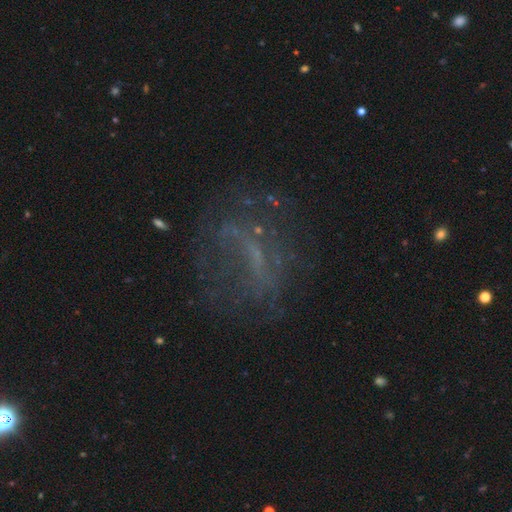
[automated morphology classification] Smooth or featured? Predicted: featured or disk (p=0.53). Edge-on disk? Predicted: no (p=0.94). Merging? Predicted: none (p=0.52).